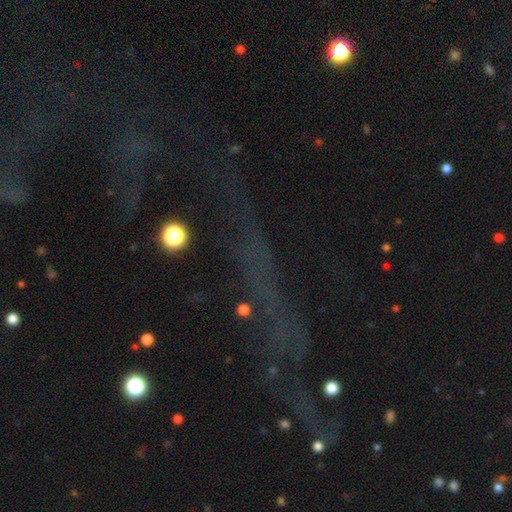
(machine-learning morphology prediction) star or artifact 67%, featured or disk 17%, smooth 16%.